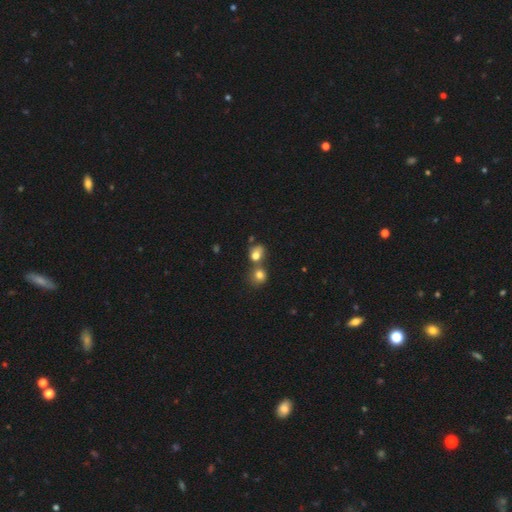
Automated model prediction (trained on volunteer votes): smooth_or_featured: smooth (p=0.76) [alt: star or artifact p=0.13]
how_rounded: round (p=0.55) [alt: in between p=0.43]
merging: merger (p=0.51) [alt: none p=0.35]